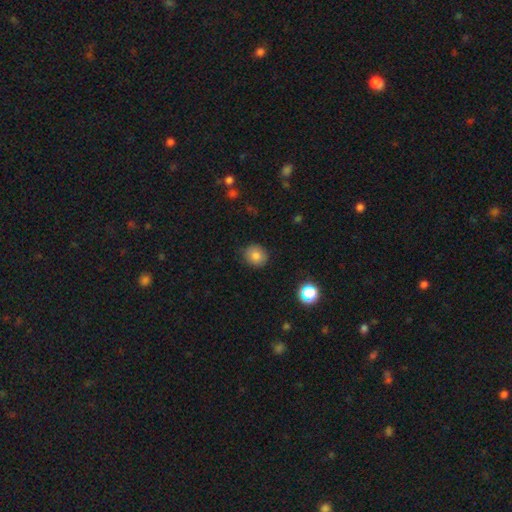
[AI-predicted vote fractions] Q: Smooth or featured?
A: smooth (82%); runner-up: star or artifact (11%)
Q: How rounded?
A: round (80%); runner-up: in between (19%)
Q: Merging?
A: none (86%); runner-up: minor disturbance (10%)